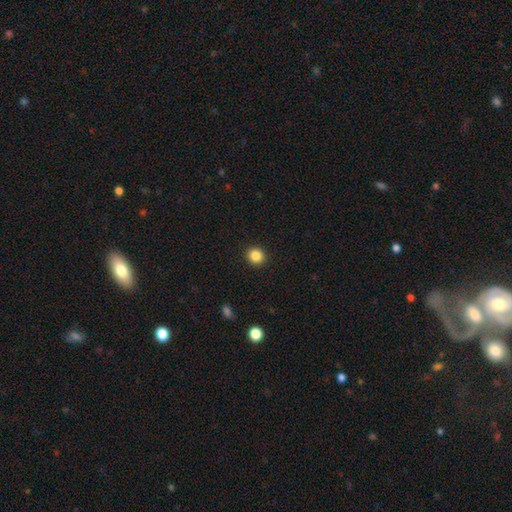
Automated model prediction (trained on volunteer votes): The model was most divided on "smooth or featured": smooth: 85%, star or artifact: 11%, featured or disk: 4%. More confident: merging — none (92%); how rounded — round (89%).